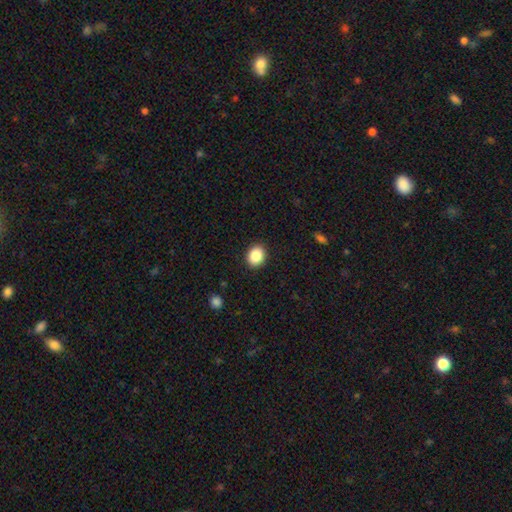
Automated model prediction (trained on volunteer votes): Smooth or featured? smooth (88%)
How rounded? round (53%)
Merging? none (90%)